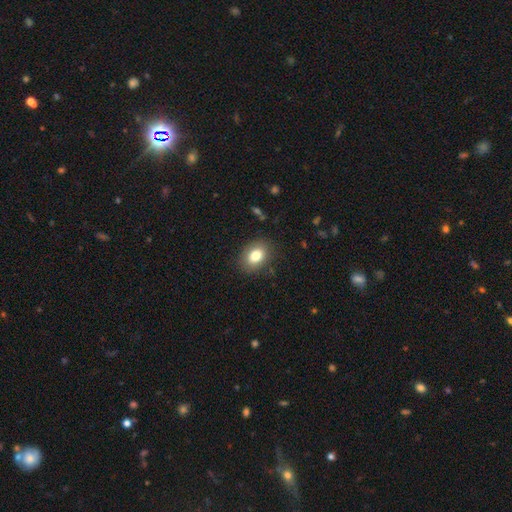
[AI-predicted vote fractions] A smooth galaxy with no disk features (80%) that is in between round and cigar-shaped (71%). Merging: none (85%).